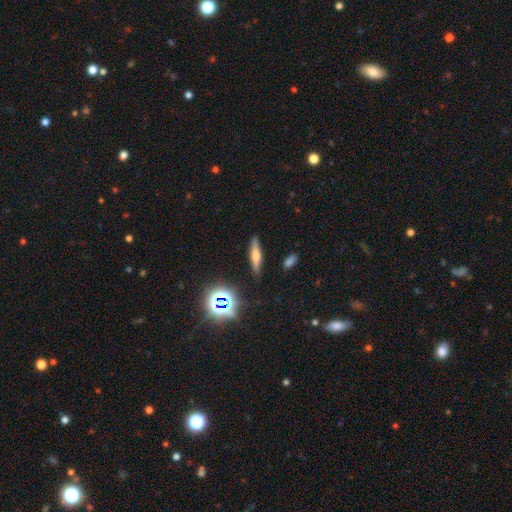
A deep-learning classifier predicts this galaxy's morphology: This appears to be a smooth galaxy with no disk features (44%). Merging: none (86%).